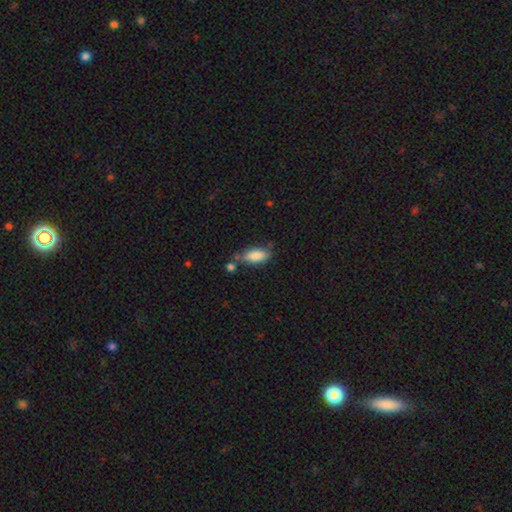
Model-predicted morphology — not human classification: smooth 85%, featured or disk 8%, star or artifact 7%. Down the decision tree: how rounded — in between (82%); merging — none (62%).